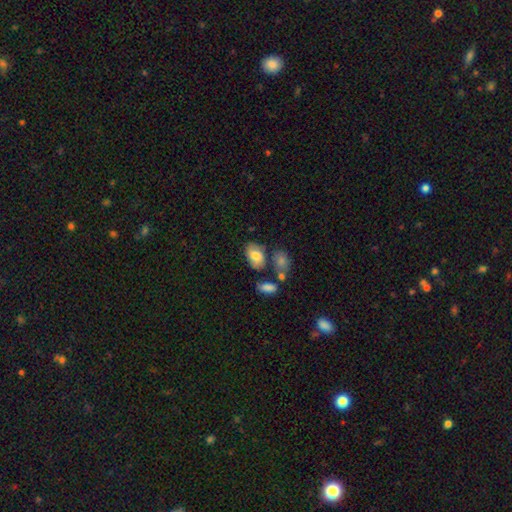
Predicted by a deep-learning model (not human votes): smooth_or_featured: smooth (p=0.71) [alt: featured or disk p=0.21]
how_rounded: in between (p=0.88) [alt: round p=0.11]
merging: none (p=0.57) [alt: minor disturbance p=0.22]